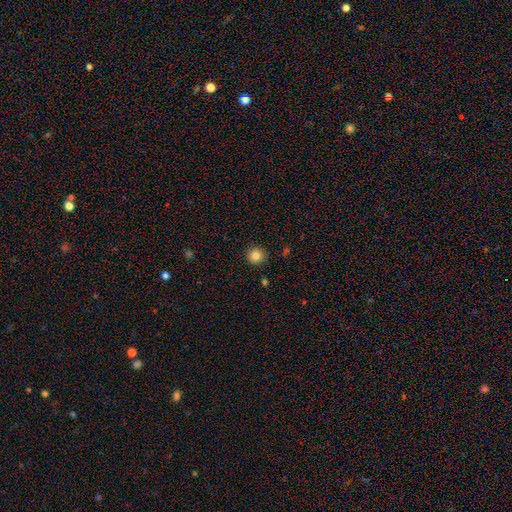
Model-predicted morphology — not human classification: A smooth galaxy with no disk features (84%) that is round (94%).

Vote fractions:
- Smooth or featured? smooth: 84% / star or artifact: 11% / featured or disk: 6%
- How rounded? round: 94% / in between: 5% / cigar-shaped: 1%
- Merging? none: 91% / minor disturbance: 6% / major disturbance: 2% / merger: 1%